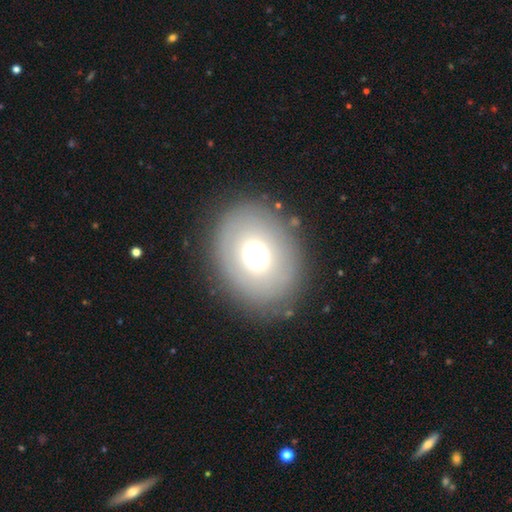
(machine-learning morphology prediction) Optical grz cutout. It shows a smooth galaxy with no disk features (67%) that is in between round and cigar-shaped (55%). Merging: none (83%).